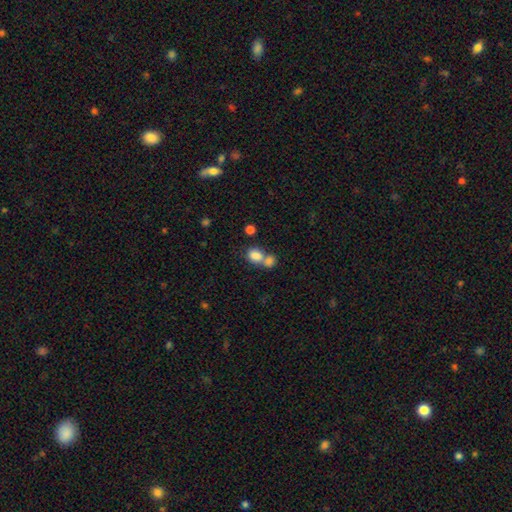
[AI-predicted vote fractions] The model was most divided on "how rounded" (2-way tie): in between: 49%, round: 49%, cigar-shaped: 1%. More confident: smooth or featured — smooth (82%); merging — merger (56%).